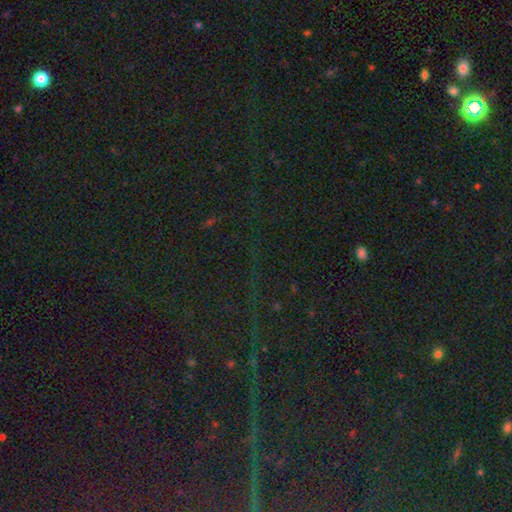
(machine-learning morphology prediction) smooth-or-featured: star or artifact: 85% | smooth: 9% | featured or disk: 6%